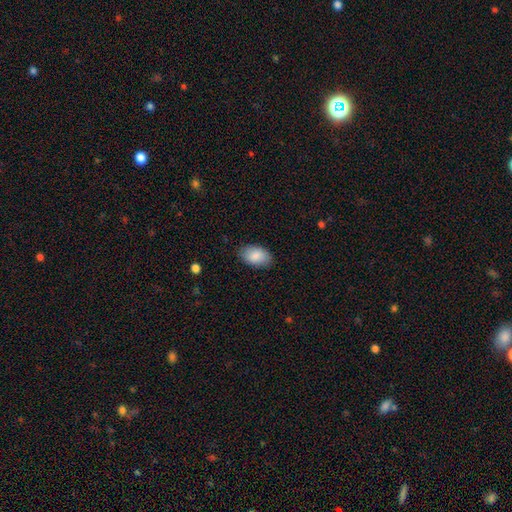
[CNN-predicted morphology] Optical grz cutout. It shows a smooth galaxy with no disk features (87%) that is in between round and cigar-shaped (93%). Merging: none (85%).